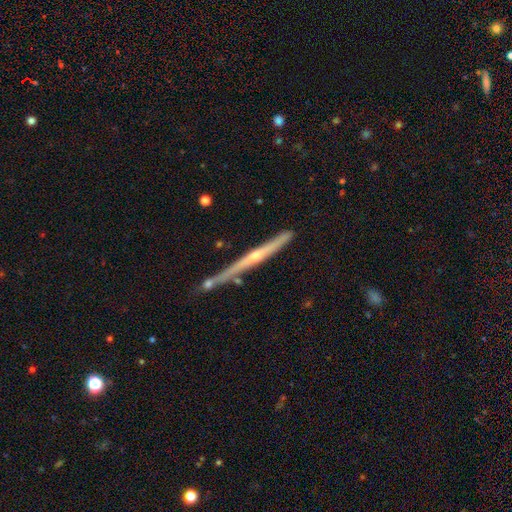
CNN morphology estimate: Overall: featured or disk (79%). Edge-on disk: yes (97%). Edge-on bulge: rounded (68%). Merging: none (75%).